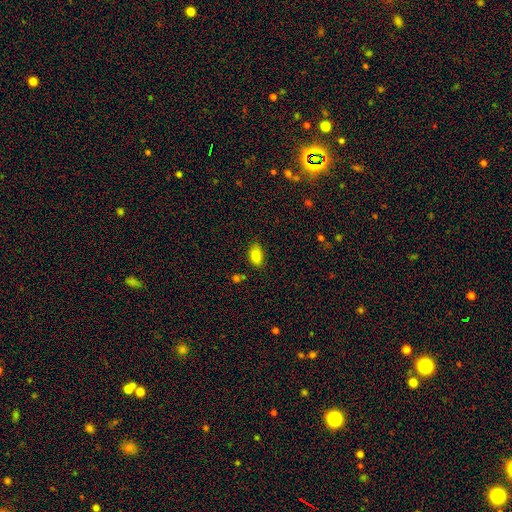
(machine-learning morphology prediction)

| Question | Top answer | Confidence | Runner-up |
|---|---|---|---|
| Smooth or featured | smooth | 86% | star or artifact (10%) |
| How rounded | in between | 91% | round (6%) |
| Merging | none | 79% | minor disturbance (15%) |